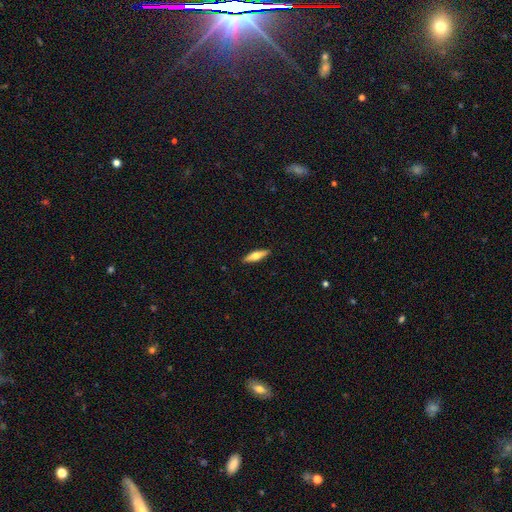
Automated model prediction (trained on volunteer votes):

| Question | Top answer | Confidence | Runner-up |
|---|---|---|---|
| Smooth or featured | smooth | 50% | featured or disk (45%) |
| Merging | none | 91% | minor disturbance (7%) |